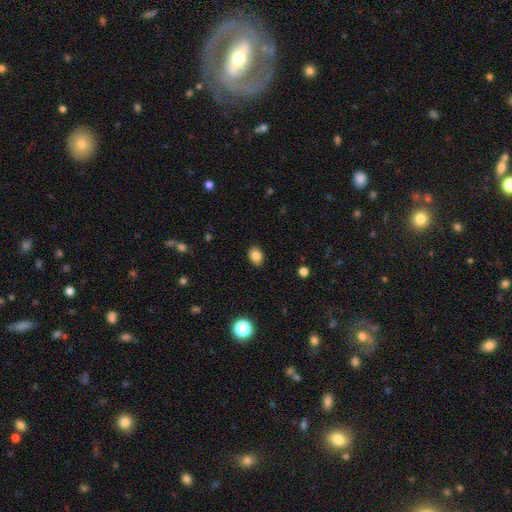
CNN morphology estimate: Smooth or featured: smooth — 85% (star or artifact — 10%)
How rounded: in between — 63% (round — 36%)
Merging: none — 89% (minor disturbance — 8%)